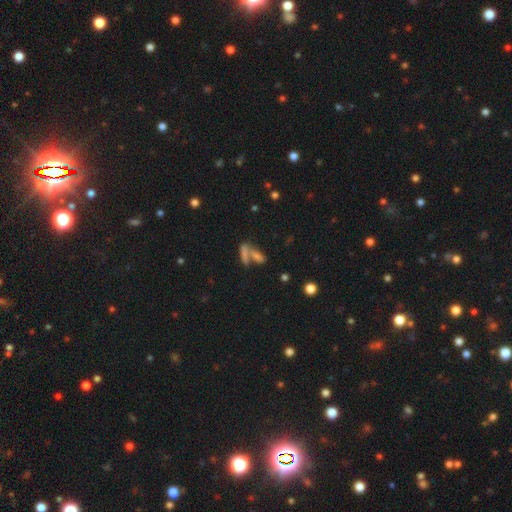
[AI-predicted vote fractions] Overall: smooth (62%). How rounded: in between (45%; cigar-shaped 44%). Merging: merger (48%; none 38%).